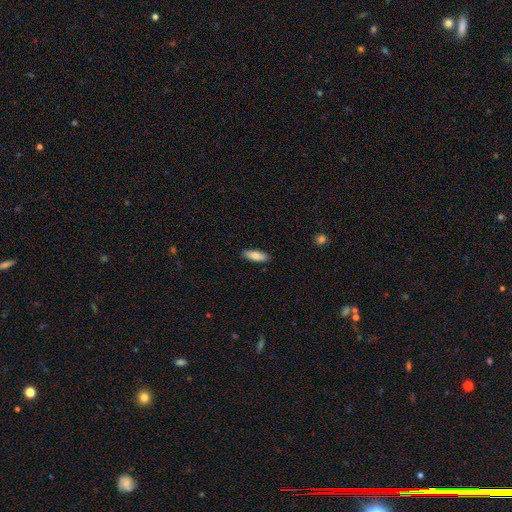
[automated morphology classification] A smooth galaxy with no disk features (84%) that is in between round and cigar-shaped (58%).

Vote fractions:
- Smooth or featured? smooth: 84% / featured or disk: 10% / star or artifact: 6%
- How rounded? in between: 58% / cigar-shaped: 40% / round: 2%
- Merging? none: 87% / minor disturbance: 10% / major disturbance: 2% / merger: 1%